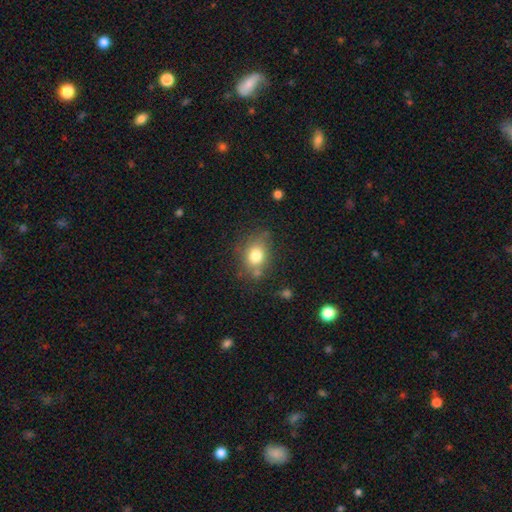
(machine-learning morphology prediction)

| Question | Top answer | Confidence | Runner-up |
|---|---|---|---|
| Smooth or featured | smooth | 78% | featured or disk (11%) |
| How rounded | in between | 55% | round (44%) |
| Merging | none | 68% | minor disturbance (19%) |